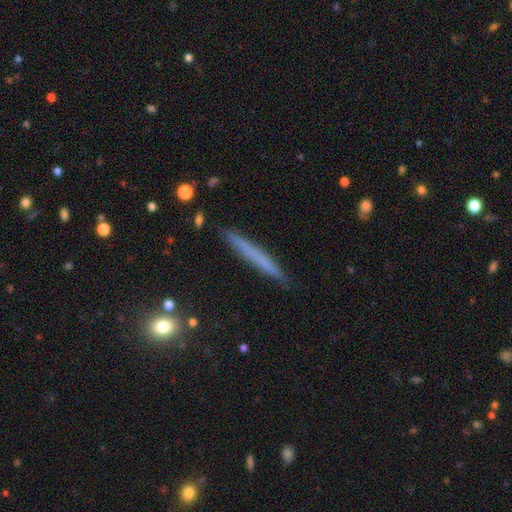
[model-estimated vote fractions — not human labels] smooth 60%, featured or disk 33%, star or artifact 7%. Down the decision tree: how rounded — cigar-shaped (97%); merging — none (89%).